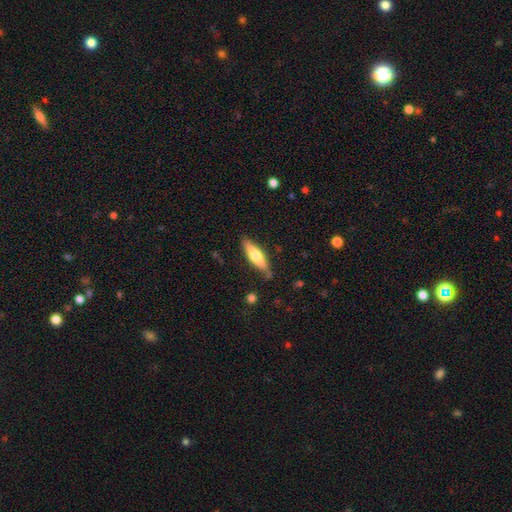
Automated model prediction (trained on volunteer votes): A smooth galaxy with no disk features (56%) that is cigar-shaped (62%).

Vote fractions:
- Smooth or featured? smooth: 56% / featured or disk: 39% / star or artifact: 6%
- How rounded? cigar-shaped: 62% / in between: 36% / round: 2%
- Merging? none: 80% / minor disturbance: 15% / major disturbance: 3% / merger: 2%